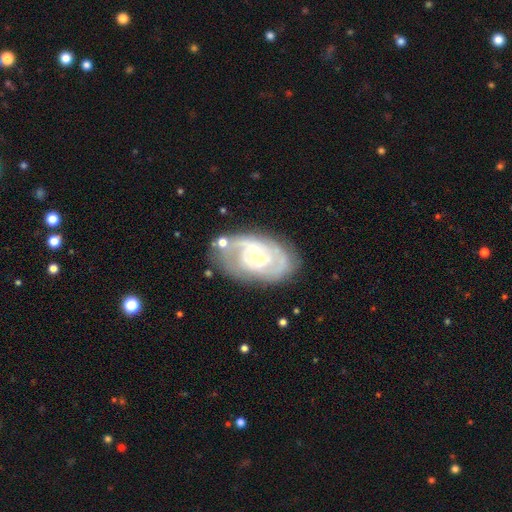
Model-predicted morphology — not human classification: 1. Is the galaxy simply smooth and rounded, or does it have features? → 83% featured or disk, 11% smooth, 6% star or artifact.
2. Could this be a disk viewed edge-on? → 96% no, 4% yes.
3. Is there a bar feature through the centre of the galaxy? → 48% no, 41% weak, 11% strong.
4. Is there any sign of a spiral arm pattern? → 92% yes, 8% no.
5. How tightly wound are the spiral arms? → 51% tight, 38% medium, 11% loose.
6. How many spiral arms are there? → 49% 2, 25% can't tell, 14% 3, 5% 1, 4% 4, 3% more than 4.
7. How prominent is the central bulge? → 59% small, 35% moderate, 2% large, 2% none, 1% dominant.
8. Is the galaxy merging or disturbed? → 66% none, 19% minor disturbance, 10% major disturbance, 6% merger.